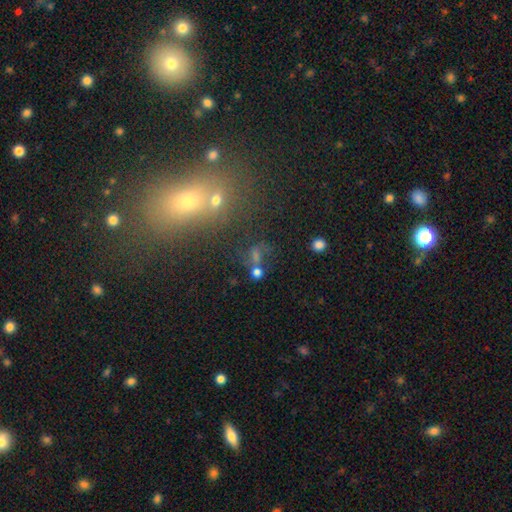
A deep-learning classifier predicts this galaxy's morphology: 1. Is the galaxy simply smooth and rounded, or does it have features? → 41% smooth, 33% star or artifact, 26% featured or disk.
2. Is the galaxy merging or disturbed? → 45% none, 25% merger, 16% major disturbance, 15% minor disturbance.